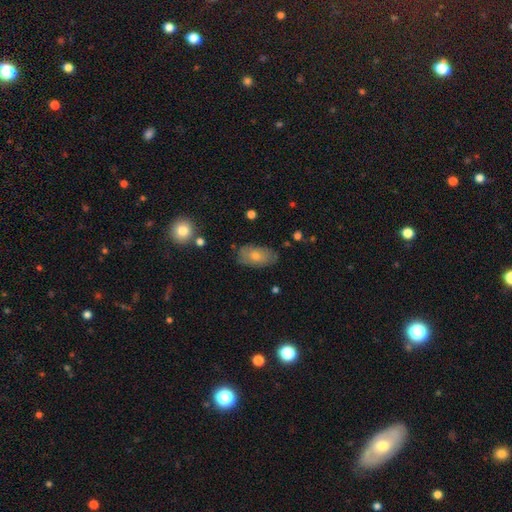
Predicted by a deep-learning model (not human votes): Overall: smooth (59%; featured or disk 30%). How rounded: in between (91%). Merging: none (78%).